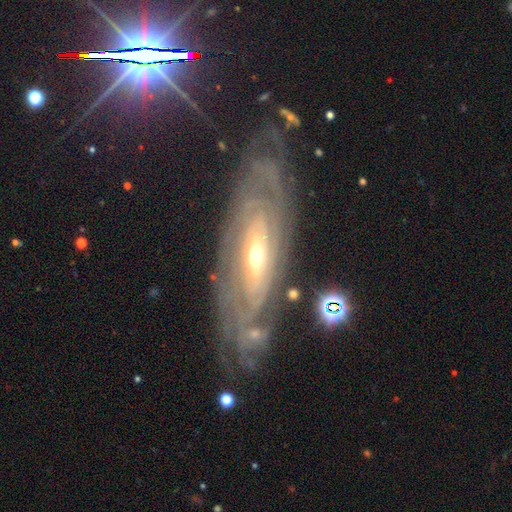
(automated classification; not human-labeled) Overall: featured or disk (84%). Edge-on disk: no (84%). Bar: no (58%; weak 28%). Spiral arms: yes (86%). Spiral arm count: can't tell (61%). Spiral winding: tight (80%). Bulge size: moderate (49%; small 45%). Merging: none (72%).